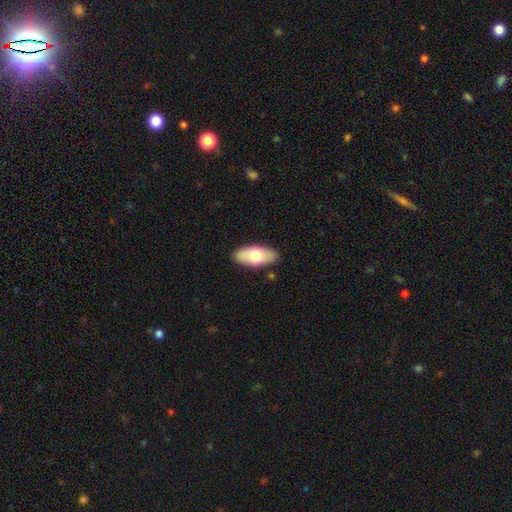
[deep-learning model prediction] This is likely a smooth galaxy (69%). How rounded: clearly in between (90%). Merging: clearly none (87%).